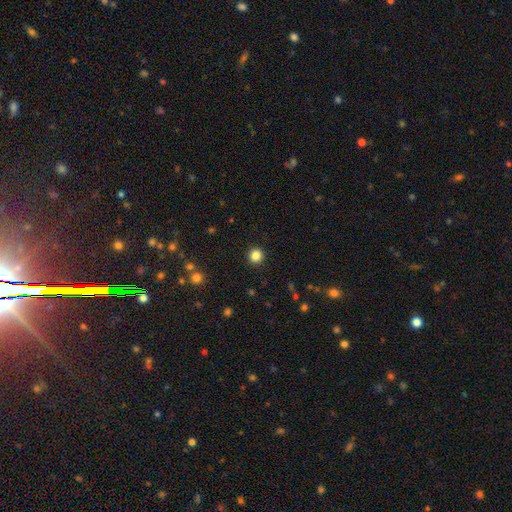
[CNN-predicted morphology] Q: Smooth or featured?
A: smooth (85%); runner-up: star or artifact (11%)
Q: How rounded?
A: round (92%); runner-up: in between (7%)
Q: Merging?
A: none (93%); runner-up: minor disturbance (5%)